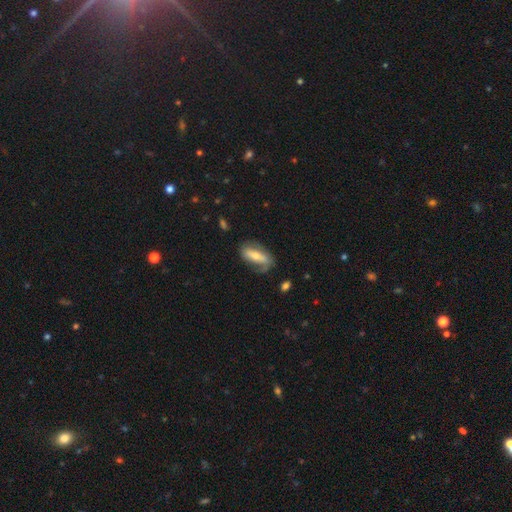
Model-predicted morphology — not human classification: Smooth or featured? Predicted: featured or disk (p=0.56). Edge-on disk? Predicted: no (p=0.83). Merging? Predicted: none (p=0.62).